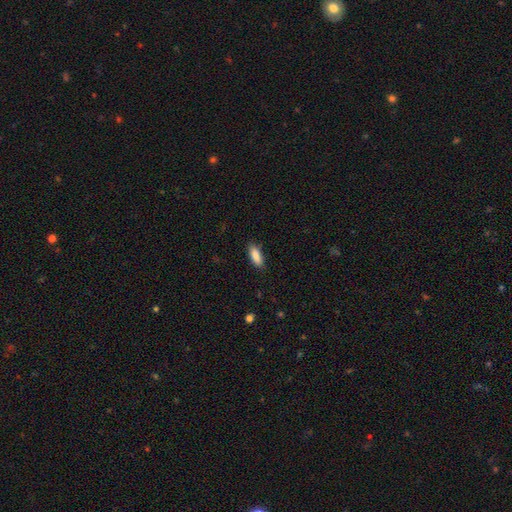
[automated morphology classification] type=smooth (88%); roundness=in between (69%); merging=none (85%).